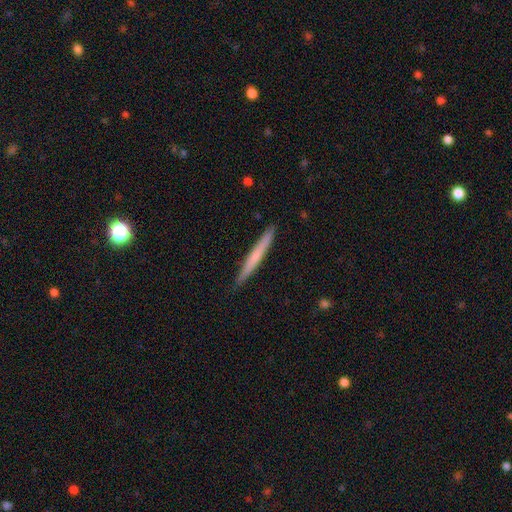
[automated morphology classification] Q: Smooth or featured?
A: smooth (57%); runner-up: featured or disk (38%)
Q: How rounded?
A: cigar-shaped (97%); runner-up: in between (2%)
Q: Merging?
A: none (90%); runner-up: minor disturbance (7%)